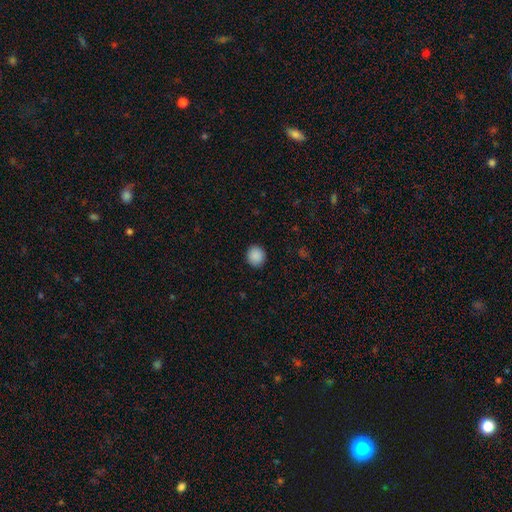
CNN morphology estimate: Smooth or featured? smooth (89%)
How rounded? round (87%)
Merging? none (91%)